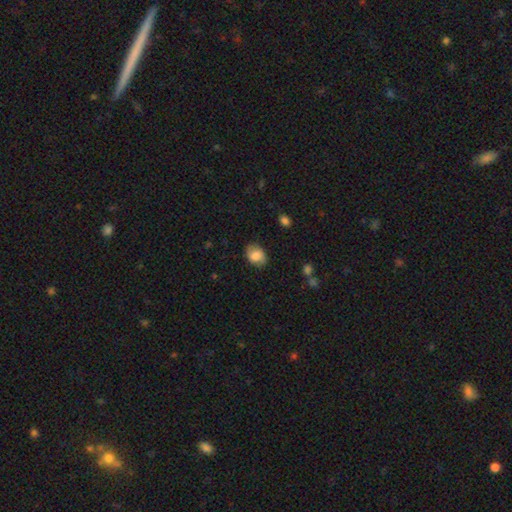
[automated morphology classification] smooth 77%, featured or disk 15%, star or artifact 8%. Down the decision tree: how rounded — in between (65%); merging — none (79%).